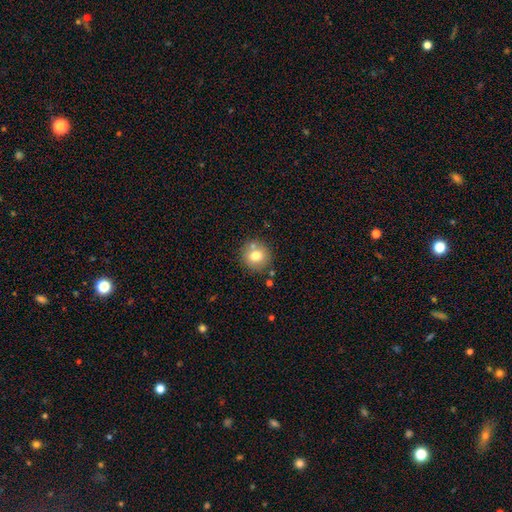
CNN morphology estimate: Q: Smooth or featured?
A: smooth (75%); runner-up: featured or disk (14%)
Q: How rounded?
A: round (92%); runner-up: in between (7%)
Q: Merging?
A: none (78%); runner-up: minor disturbance (10%)